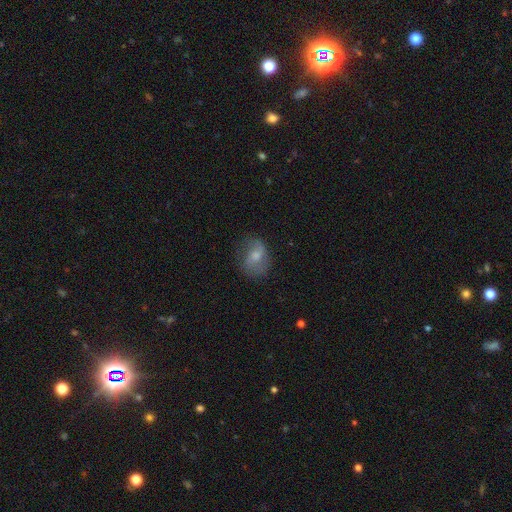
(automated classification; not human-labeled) Smooth or featured? Predicted: featured or disk (p=0.58). Edge-on disk? Predicted: no (p=0.96). Bar? Predicted: no (p=0.46). Spiral arms? Predicted: yes (p=0.85). Bulge size? Predicted: moderate (p=0.54). Merging? Predicted: none (p=0.71).